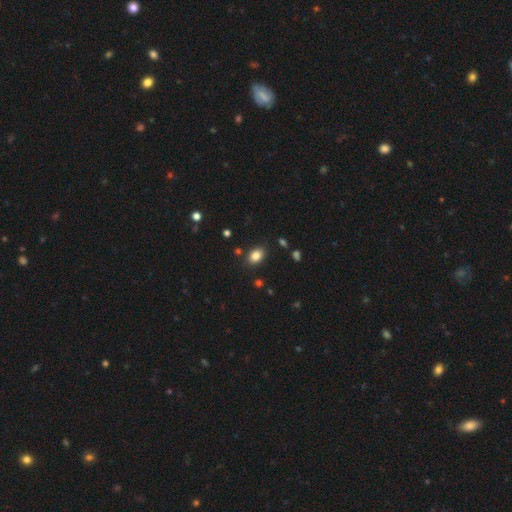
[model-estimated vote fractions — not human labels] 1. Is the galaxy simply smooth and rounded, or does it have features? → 84% smooth, 10% star or artifact, 6% featured or disk.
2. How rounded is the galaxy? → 74% in between, 25% round, 1% cigar-shaped.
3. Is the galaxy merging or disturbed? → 84% none, 11% minor disturbance, 3% major disturbance, 2% merger.